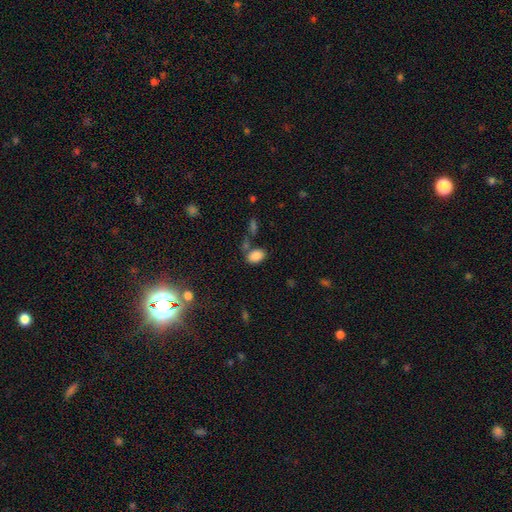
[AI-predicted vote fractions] A smooth galaxy with no disk features (85%) that is in between round and cigar-shaped (86%).

Vote fractions:
- Smooth or featured? smooth: 85% / star or artifact: 9% / featured or disk: 5%
- How rounded? in between: 86% / round: 13% / cigar-shaped: 1%
- Merging? none: 63% / merger: 17% / minor disturbance: 14% / major disturbance: 6%